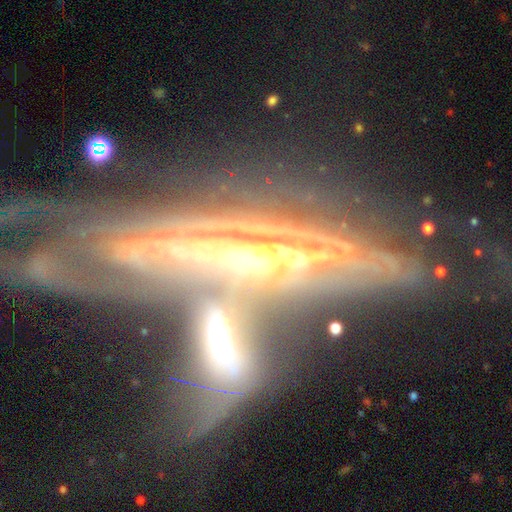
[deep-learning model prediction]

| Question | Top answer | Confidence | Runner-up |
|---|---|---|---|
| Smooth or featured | featured or disk | 78% | star or artifact (12%) |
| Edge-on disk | yes | 62% | no (38%) |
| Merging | merger | 58% | none (21%) |